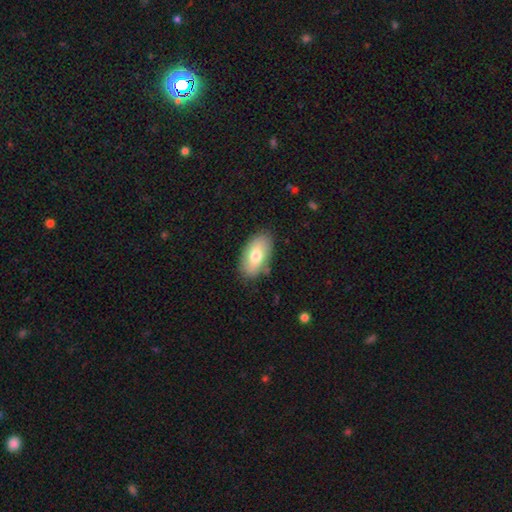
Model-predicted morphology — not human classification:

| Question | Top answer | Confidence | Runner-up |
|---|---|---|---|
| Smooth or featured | smooth | 71% | featured or disk (23%) |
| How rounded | in between | 93% | round (4%) |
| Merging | none | 82% | minor disturbance (13%) |